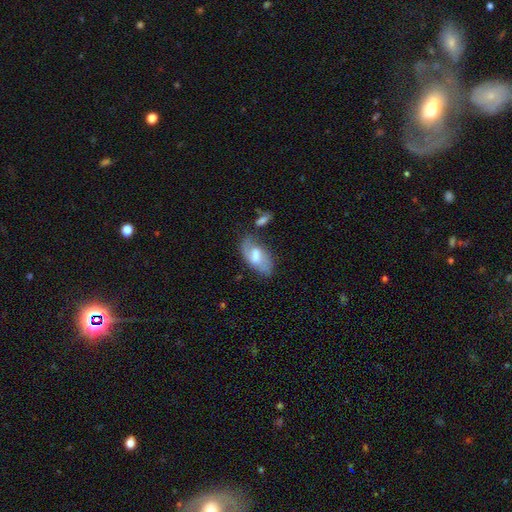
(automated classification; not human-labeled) Q: Smooth or featured?
A: smooth (49%); runner-up: featured or disk (45%)
Q: Merging?
A: none (54%); runner-up: minor disturbance (25%)